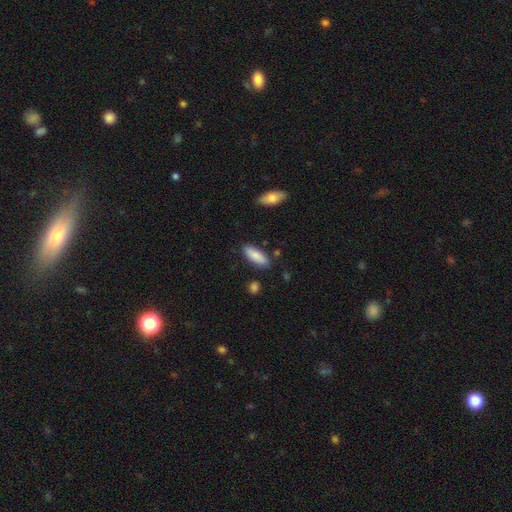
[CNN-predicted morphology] Smooth or featured? smooth (87%)
How rounded? in between (70%)
Merging? none (84%)